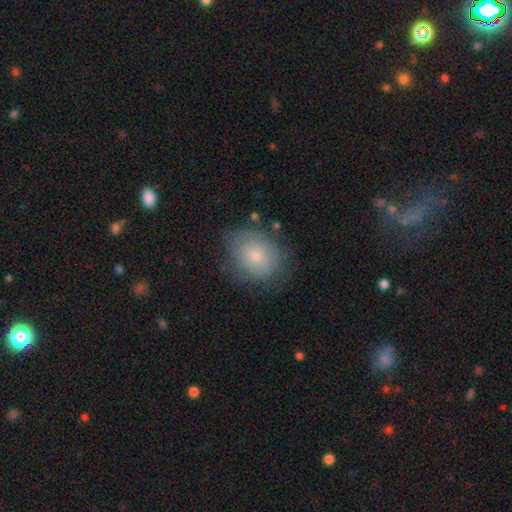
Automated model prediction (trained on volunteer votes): Morphology: type=smooth (54%); roundness=in between (53%); merging=none (71%).